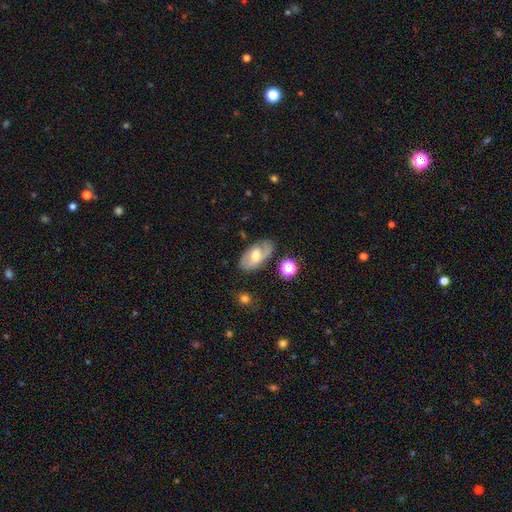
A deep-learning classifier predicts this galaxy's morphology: Smooth or featured? featured or disk (55%)
Edge-on disk? no (92%)
Bar? no (48%)
Spiral arms? yes (70%)
Bulge size? moderate (66%)
Merging? none (74%)